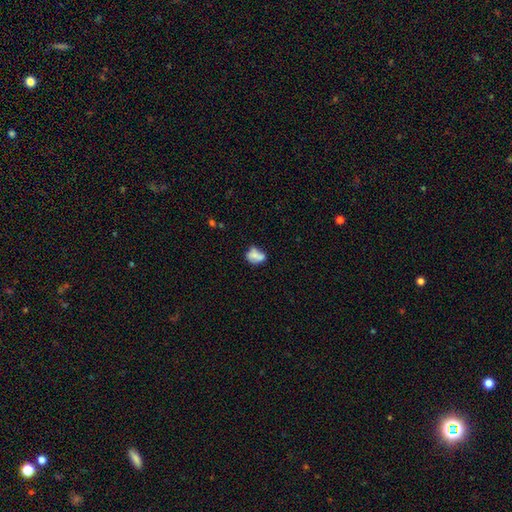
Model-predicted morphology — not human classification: smooth-or-featured: smooth: 65% | featured or disk: 25% | star or artifact: 9%
  how-rounded: in between: 64% | round: 33% | cigar-shaped: 2%
  merging: none: 36% | merger: 32% | minor disturbance: 22% | major disturbance: 11%